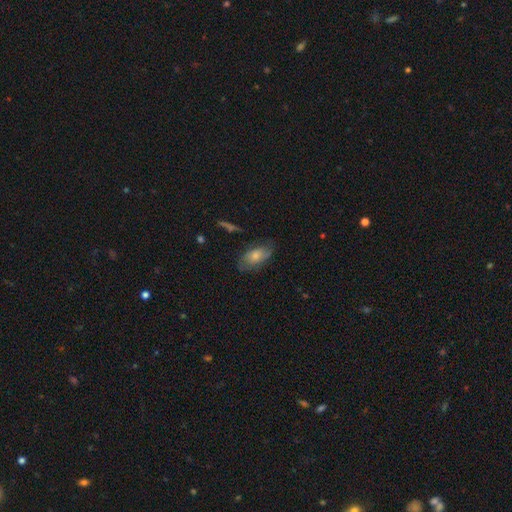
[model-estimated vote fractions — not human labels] Q: Smooth or featured?
A: smooth (69%); runner-up: featured or disk (24%)
Q: How rounded?
A: in between (90%); runner-up: cigar-shaped (5%)
Q: Merging?
A: none (68%); runner-up: minor disturbance (23%)